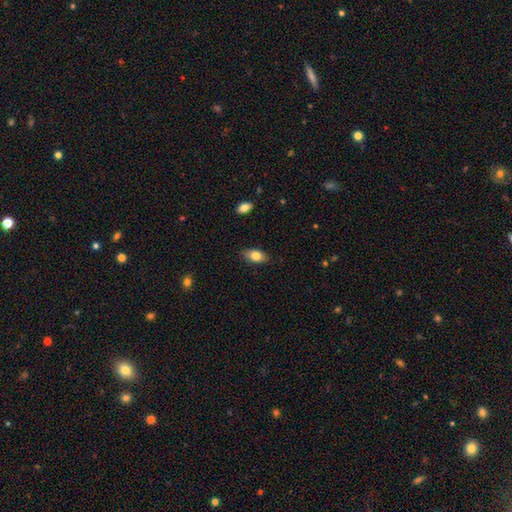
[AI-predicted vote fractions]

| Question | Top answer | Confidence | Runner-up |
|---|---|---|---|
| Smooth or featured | smooth | 79% | featured or disk (13%) |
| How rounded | in between | 90% | round (6%) |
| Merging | none | 85% | minor disturbance (12%) |